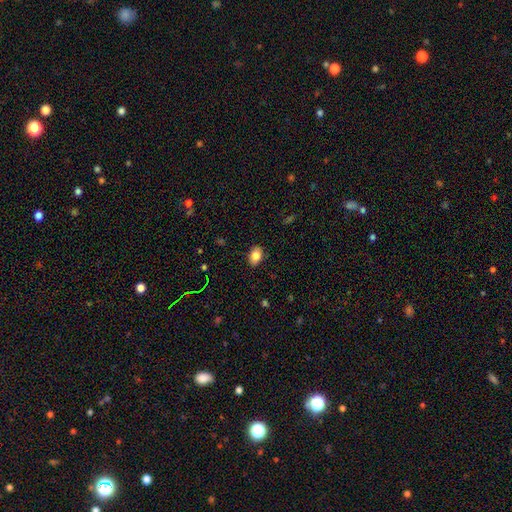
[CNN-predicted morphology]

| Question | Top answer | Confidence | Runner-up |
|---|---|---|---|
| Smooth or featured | smooth | 83% | star or artifact (9%) |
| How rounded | in between | 78% | round (21%) |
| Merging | none | 87% | minor disturbance (10%) |